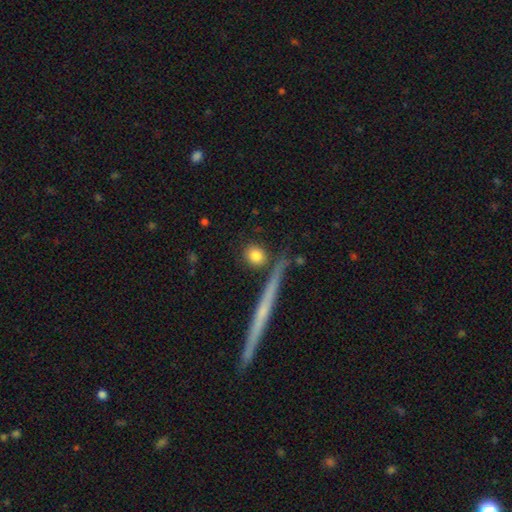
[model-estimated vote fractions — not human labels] smooth-or-featured: smooth: 82% | featured or disk: 10% | star or artifact: 7%
  how-rounded: round: 76% | in between: 15% | cigar-shaped: 9%
  merging: none: 81% | minor disturbance: 9% | merger: 7% | major disturbance: 3%